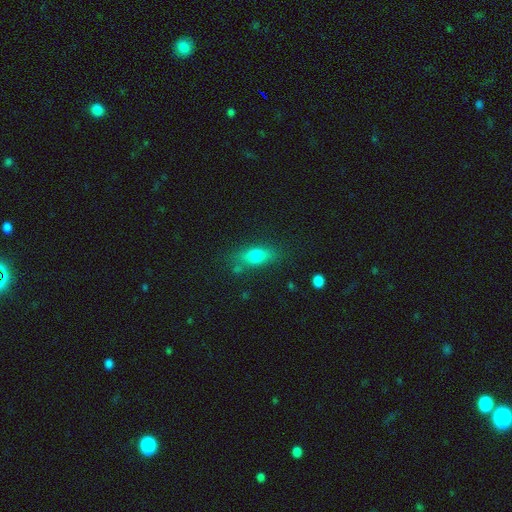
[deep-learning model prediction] Morphology: type=smooth (74%); roundness=in between (70%); merging=none (71%).